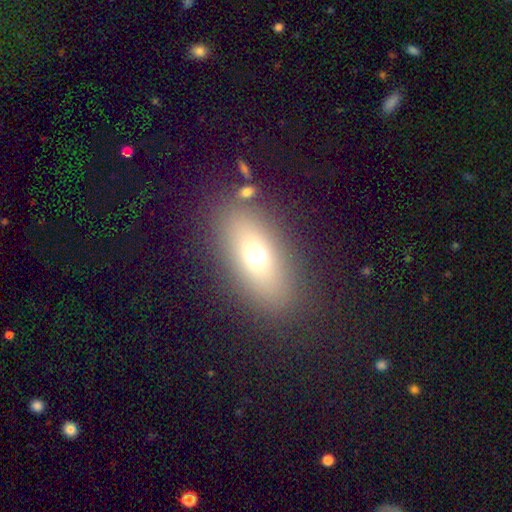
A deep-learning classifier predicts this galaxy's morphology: smooth 66%, featured or disk 19%, star or artifact 15%. Down the decision tree: how rounded — in between (77%); merging — none (82%).